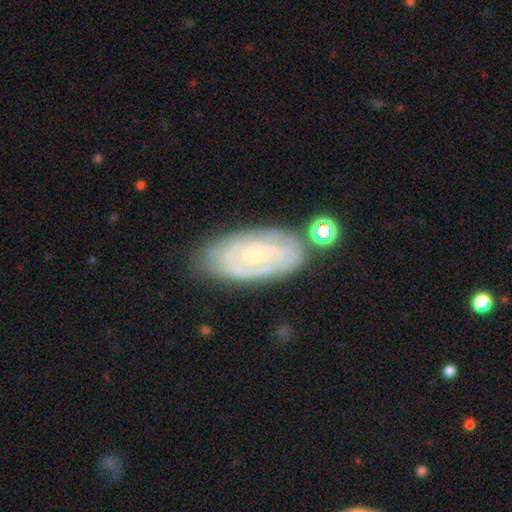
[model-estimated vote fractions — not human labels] Smooth or featured: featured or disk — 74% (smooth — 19%)
Edge-on disk: no — 94% (yes — 6%)
Bar: no — 65% (weak — 28%)
Spiral arms: yes — 86% (no — 14%)
Spiral winding: tight — 71% (medium — 23%)
Spiral arm count: can't tell — 47% (2 — 30%)
Bulge size: small — 77% (moderate — 15%)
Merging: none — 71% (minor disturbance — 18%)